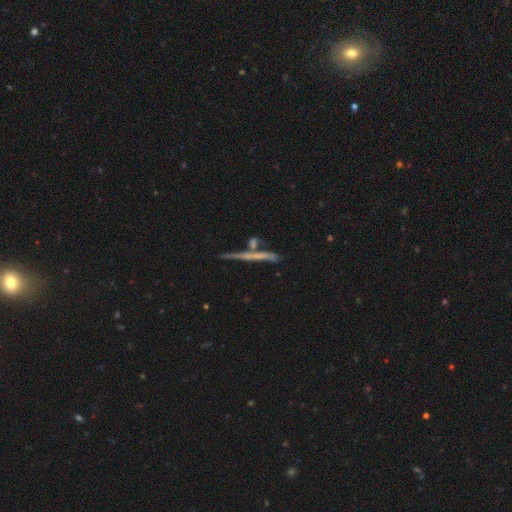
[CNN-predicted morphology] This is possibly a featured or disk galaxy (53%). It is clearly viewed edge-on (94%). Merging: likely none (70%).